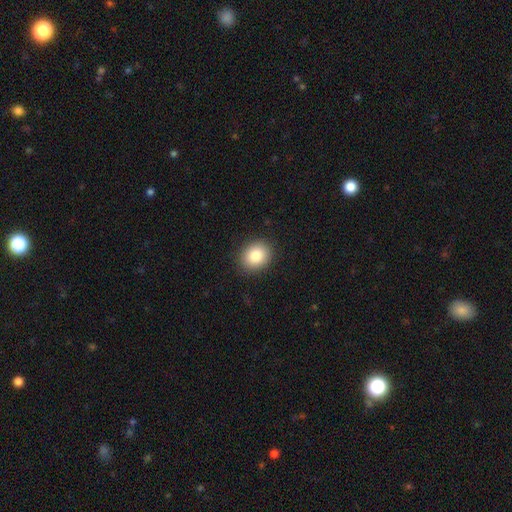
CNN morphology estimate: type=smooth (85%); roundness=round (55%); merging=none (89%).